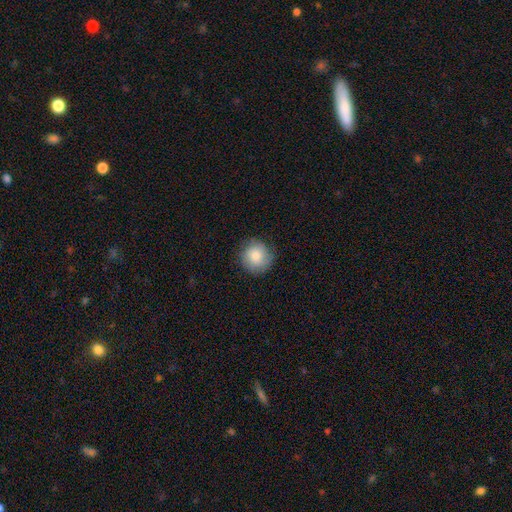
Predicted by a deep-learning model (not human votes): A smooth galaxy with no disk features (81%) that is round (93%). Merging: none (83%).